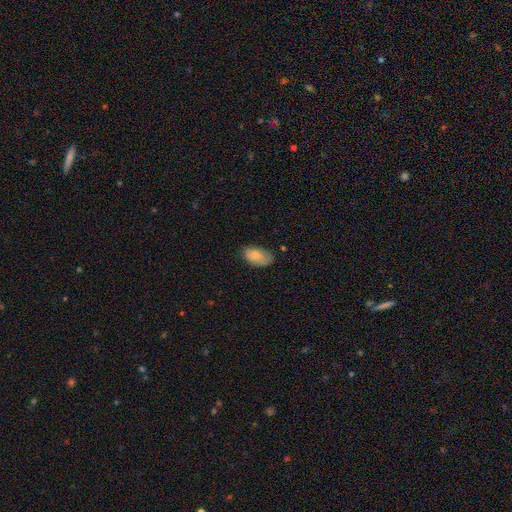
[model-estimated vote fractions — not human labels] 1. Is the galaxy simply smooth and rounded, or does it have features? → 81% smooth, 12% featured or disk, 7% star or artifact.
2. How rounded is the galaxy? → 94% in between, 4% round, 2% cigar-shaped.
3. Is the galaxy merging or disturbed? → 68% none, 25% minor disturbance, 5% major disturbance, 2% merger.